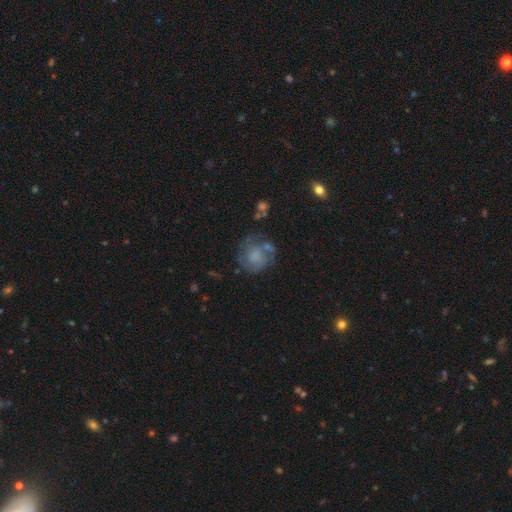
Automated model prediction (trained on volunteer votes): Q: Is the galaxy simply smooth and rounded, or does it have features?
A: featured or disk — 54%.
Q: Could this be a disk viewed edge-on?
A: no — 98%.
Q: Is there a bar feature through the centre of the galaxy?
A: no — 76%.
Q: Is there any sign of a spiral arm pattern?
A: yes — 71%.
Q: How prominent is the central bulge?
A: none — 34%.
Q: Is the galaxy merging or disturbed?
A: none — 55%.